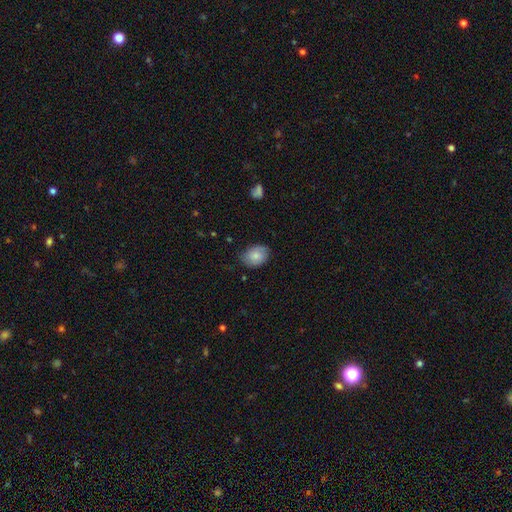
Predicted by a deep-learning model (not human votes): A smooth galaxy with no disk features (79%) that is in between round and cigar-shaped (71%). Merging: none (74%).